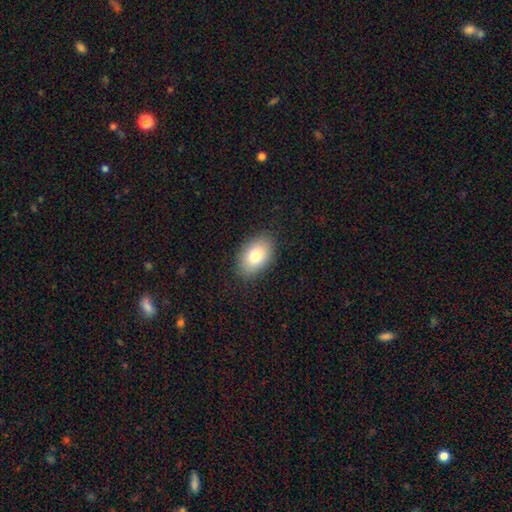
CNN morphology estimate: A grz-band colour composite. It shows a smooth galaxy with no disk features (79%) that is in between round and cigar-shaped (88%). Merging: none (86%).